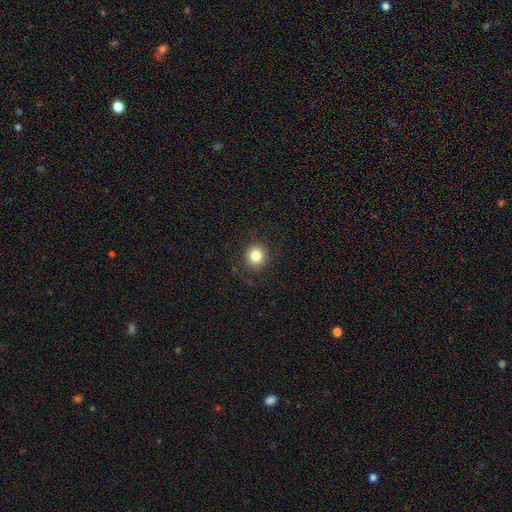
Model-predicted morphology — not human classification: Smooth or featured? smooth (83%)
How rounded? round (92%)
Merging? none (90%)